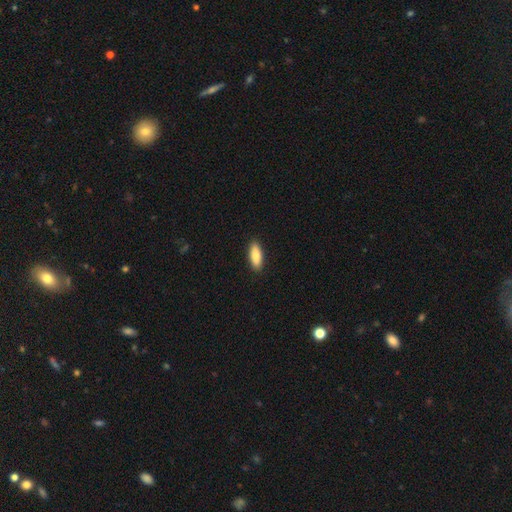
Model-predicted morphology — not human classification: smooth-or-featured: smooth: 84% | featured or disk: 10% | star or artifact: 6%
  how-rounded: in between: 74% | cigar-shaped: 24% | round: 2%
  merging: none: 90% | minor disturbance: 7% | major disturbance: 2% | merger: 1%